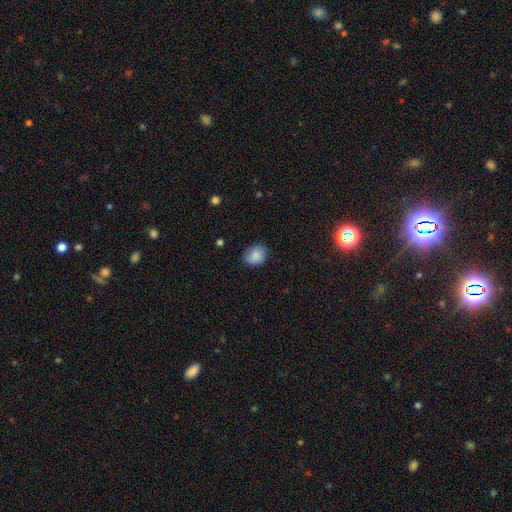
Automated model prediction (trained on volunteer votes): Smooth or featured? smooth (84%)
How rounded? round (57%)
Merging? none (77%)